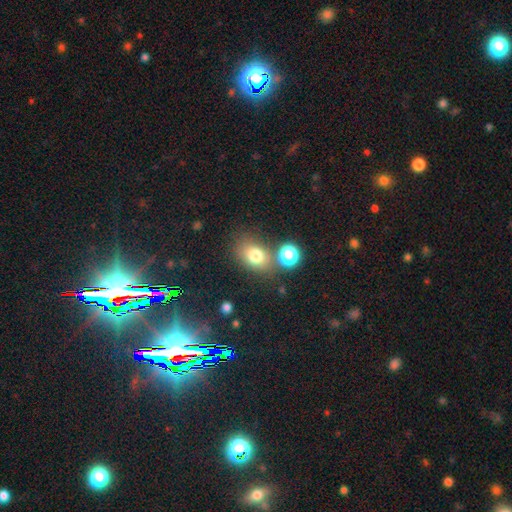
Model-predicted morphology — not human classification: A smooth galaxy with no disk features (76%) that is in between round and cigar-shaped (66%).

Vote fractions:
- Smooth or featured? smooth: 76% / star or artifact: 13% / featured or disk: 11%
- How rounded? in between: 66% / round: 33% / cigar-shaped: 1%
- Merging? none: 69% / minor disturbance: 14% / merger: 12% / major disturbance: 6%